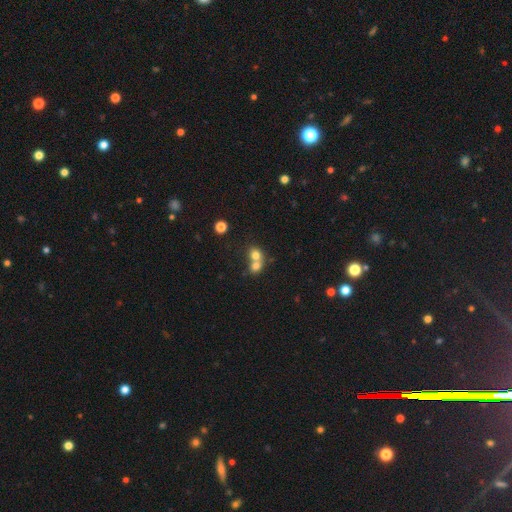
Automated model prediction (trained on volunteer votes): Q: Smooth or featured?
A: smooth (74%); runner-up: featured or disk (15%)
Q: How rounded?
A: round (69%); runner-up: in between (30%)
Q: Merging?
A: merger (67%); runner-up: none (26%)